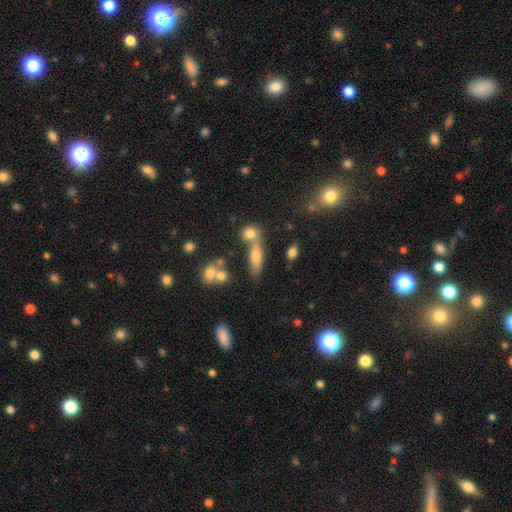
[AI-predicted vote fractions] Smooth or featured? smooth (56%)
How rounded? in between (45%, tied with cigar-shaped)
Merging? none (53%)